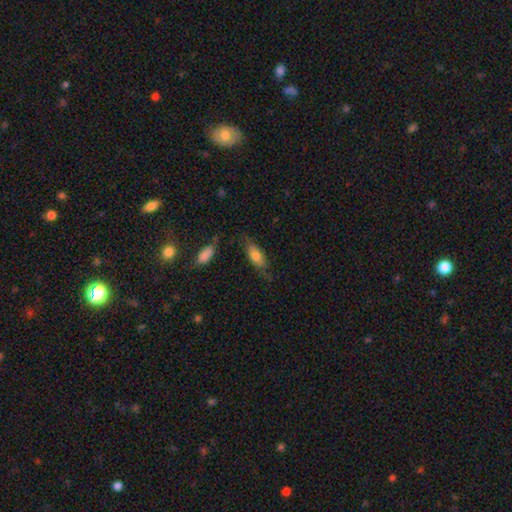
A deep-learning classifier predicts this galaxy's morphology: This is likely a smooth galaxy (66%). How rounded: likely in between (72%). Merging: likely none (60%).